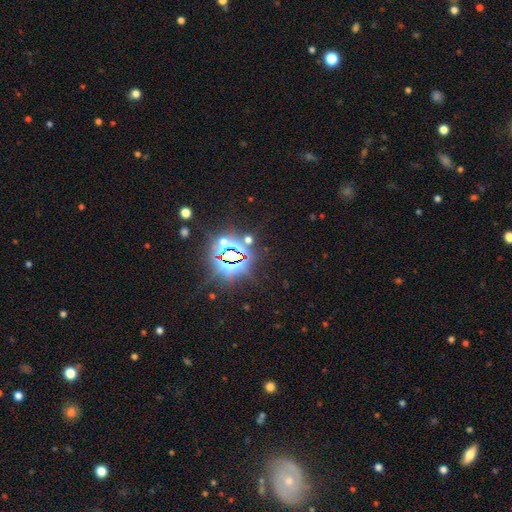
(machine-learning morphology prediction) star or artifact 84%, smooth 9%, featured or disk 7%.